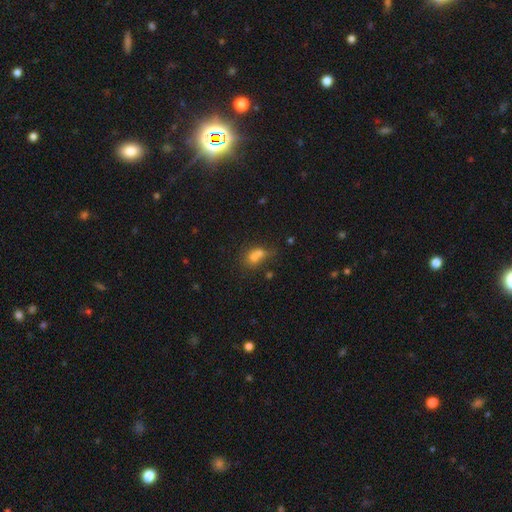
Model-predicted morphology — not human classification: The model was most divided on "how rounded": in between: 52%, round: 45%, cigar-shaped: 3%. More confident: smooth or featured — smooth (67%); merging — merger (60%).